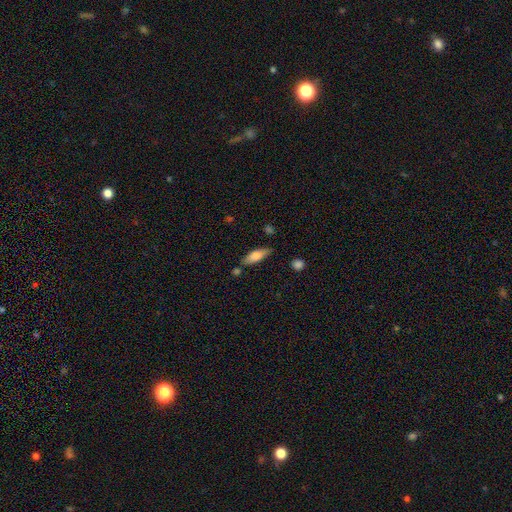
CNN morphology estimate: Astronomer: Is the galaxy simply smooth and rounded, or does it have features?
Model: smooth — 71%.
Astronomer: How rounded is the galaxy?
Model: in between — 54% (runner-up: cigar-shaped, 44%).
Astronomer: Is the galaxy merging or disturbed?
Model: none — 74%.